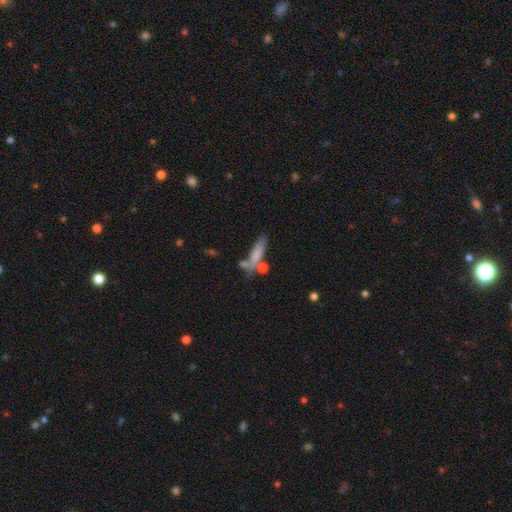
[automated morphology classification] smooth-or-featured: smooth: 72% | featured or disk: 19% | star or artifact: 9%
  how-rounded: cigar-shaped: 71% | in between: 26% | round: 3%
  merging: none: 53% | merger: 21% | minor disturbance: 18% | major disturbance: 9%